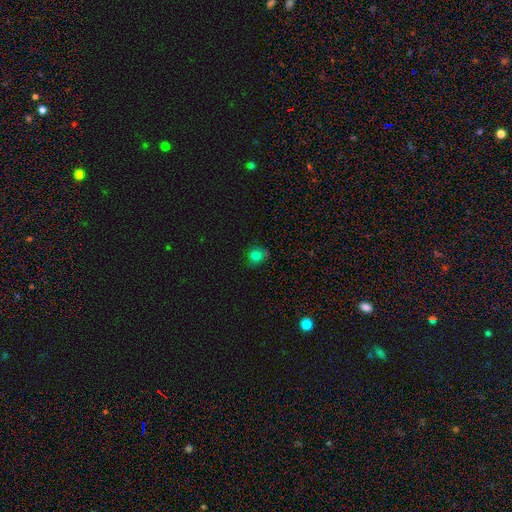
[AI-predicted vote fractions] Q: Smooth or featured?
A: smooth (77%); runner-up: star or artifact (16%)
Q: How rounded?
A: round (77%); runner-up: in between (22%)
Q: Merging?
A: none (68%); runner-up: minor disturbance (23%)